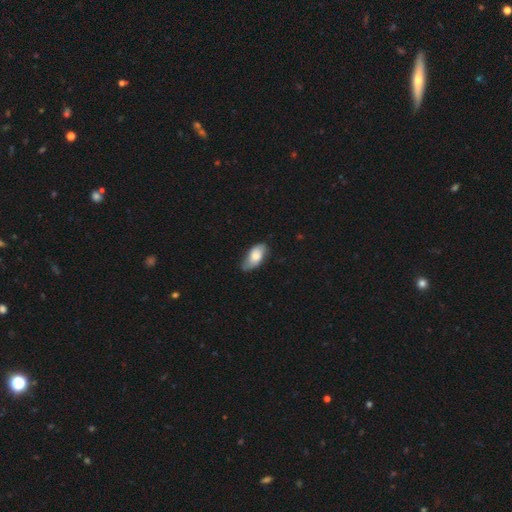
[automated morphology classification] Smooth or featured? smooth (72%)
How rounded? in between (91%)
Merging? none (65%)